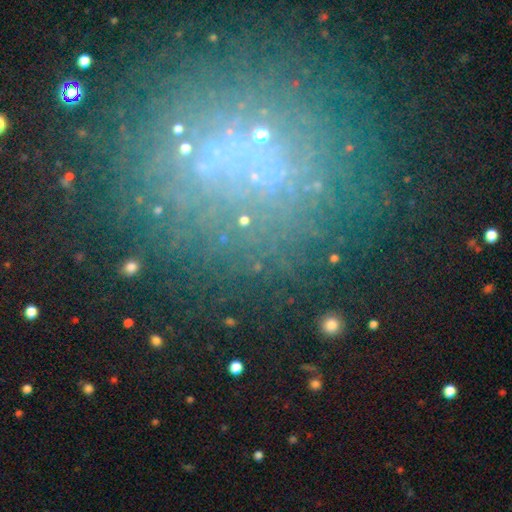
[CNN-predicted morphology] Smooth or featured?
  - star or artifact: 41% *
  - smooth: 30%
  - featured or disk: 29%